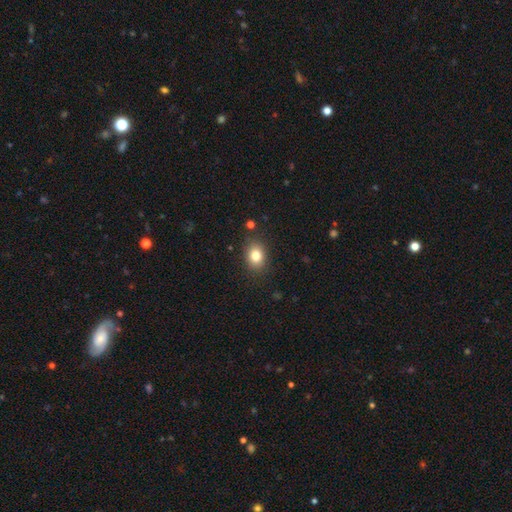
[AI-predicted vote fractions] Smooth or featured: smooth — 82% (star or artifact — 10%)
How rounded: in between — 59% (round — 40%)
Merging: none — 85% (minor disturbance — 10%)